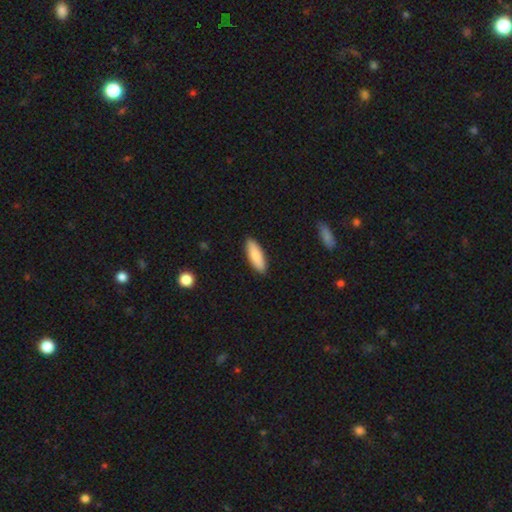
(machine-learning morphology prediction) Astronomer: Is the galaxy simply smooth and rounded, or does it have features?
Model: smooth — 83%.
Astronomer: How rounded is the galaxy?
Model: in between — 57% (runner-up: cigar-shaped, 42%).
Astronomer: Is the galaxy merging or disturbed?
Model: none — 90%.